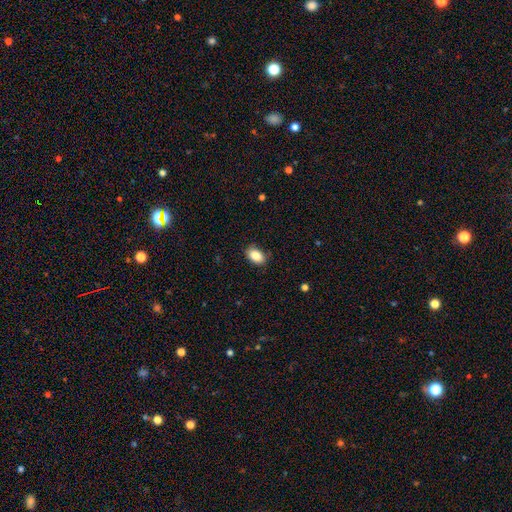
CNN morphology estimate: This appears to be a smooth galaxy with no disk features (87%) that is in between round and cigar-shaped (89%). Merging: none (84%).